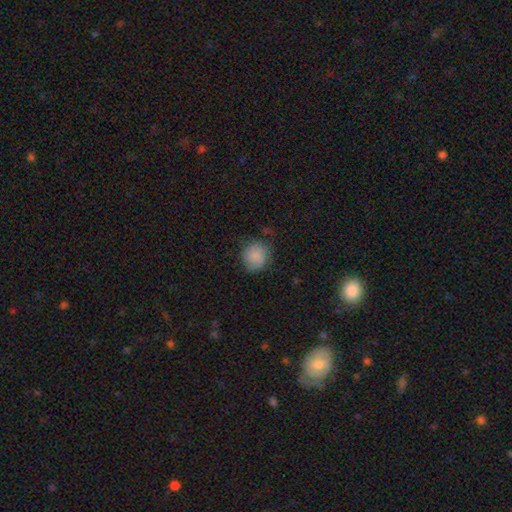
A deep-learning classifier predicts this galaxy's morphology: Smooth or featured: smooth — 84% (featured or disk — 8%)
How rounded: round — 85% (in between — 15%)
Merging: none — 72% (minor disturbance — 20%)